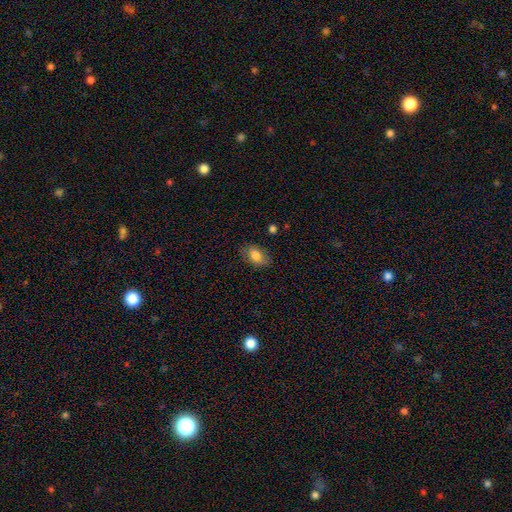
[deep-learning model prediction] Overall: smooth (81%). How rounded: in between (88%). Merging: none (79%).